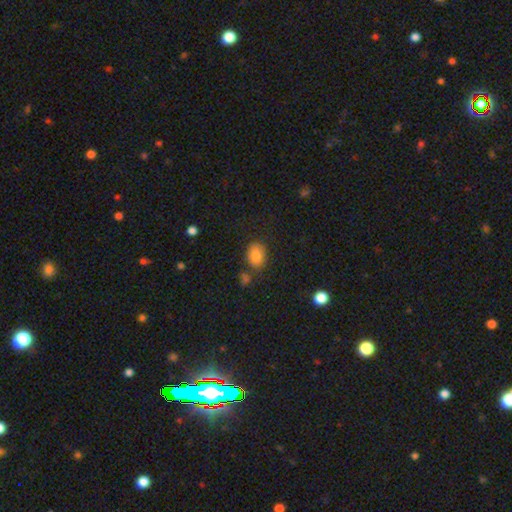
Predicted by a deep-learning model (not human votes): Overall: smooth (82%). How rounded: in between (62%; round 37%). Merging: none (72%).